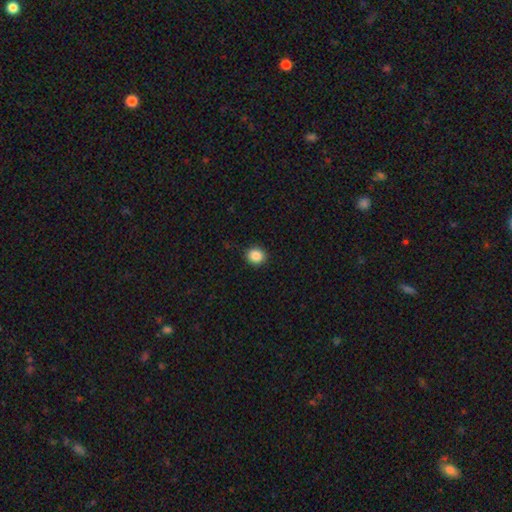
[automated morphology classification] smooth_or_featured: smooth (p=0.86) [alt: star or artifact p=0.10]
how_rounded: round (p=0.83) [alt: in between p=0.16]
merging: none (p=0.91) [alt: minor disturbance p=0.06]